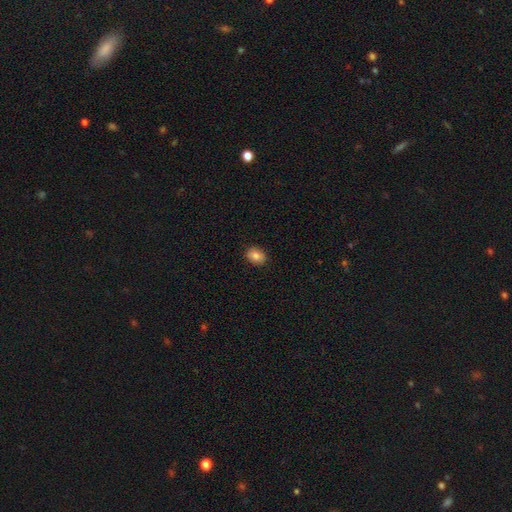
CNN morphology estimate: This appears to be a smooth galaxy with no disk features (84%) that is in between round and cigar-shaped (66%). Merging: none (89%).